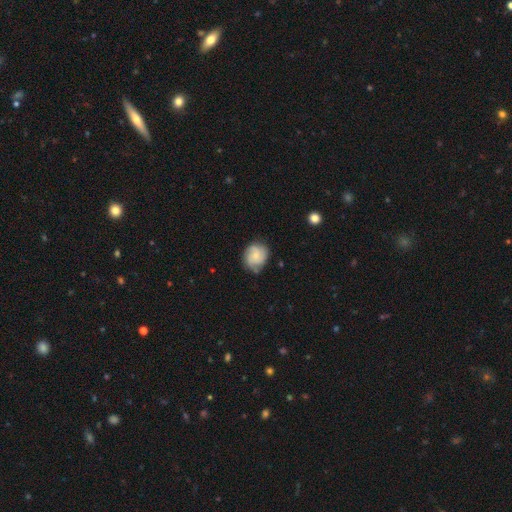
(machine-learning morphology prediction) A featured or disk galaxy (53%) with no bar (70%), spiral arms (91%) and a small central bulge (54%). Merging: none (70%).